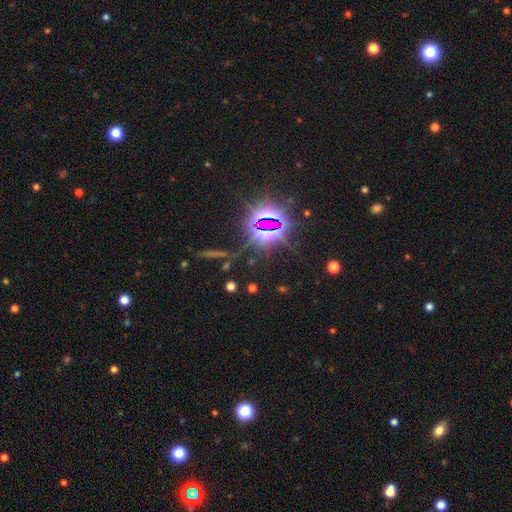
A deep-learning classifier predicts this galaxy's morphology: This is clearly a star or artifact rather than a galaxy (84%).